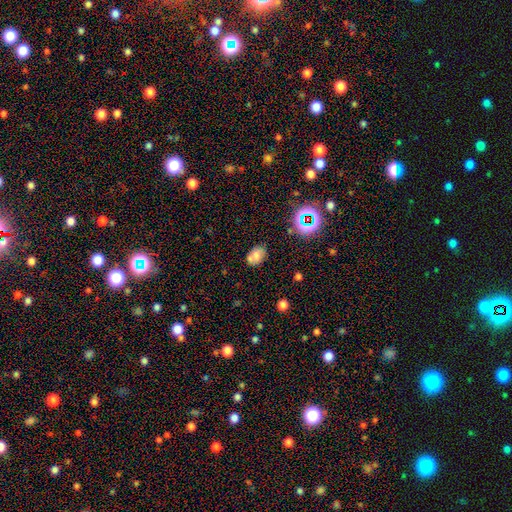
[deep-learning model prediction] Morphology: type=smooth (64%); roundness=in between (74%); merging=none (69%).